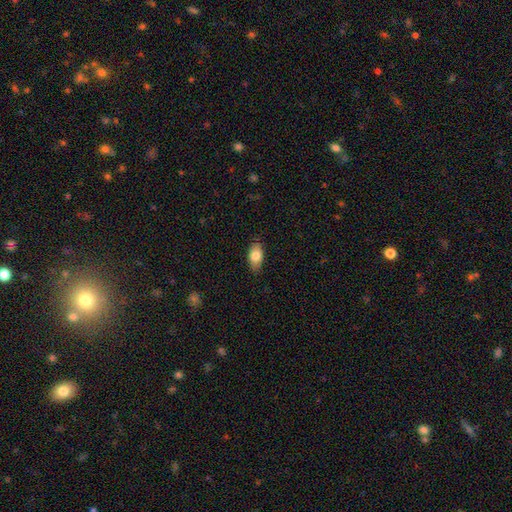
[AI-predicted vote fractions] This is clearly a smooth galaxy (82%). How rounded: clearly in between (90%). Merging: clearly none (83%).